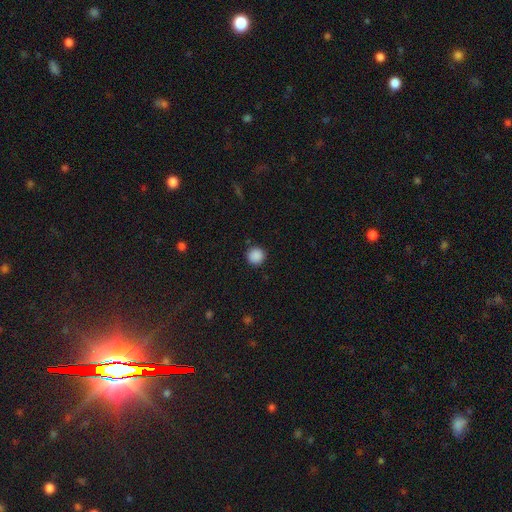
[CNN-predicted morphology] Smooth or featured?
  - smooth: 88% *
  - star or artifact: 9%
  - featured or disk: 2%
How rounded?
  - round: 95% *
  - in between: 4%
  - cigar-shaped: 1%
Merging?
  - none: 91% *
  - minor disturbance: 6%
  - major disturbance: 2%
  - merger: 1%